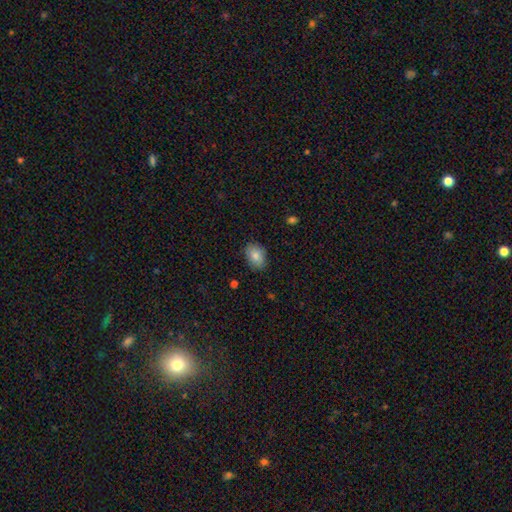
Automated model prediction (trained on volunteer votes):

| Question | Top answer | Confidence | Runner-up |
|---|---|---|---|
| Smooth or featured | smooth | 84% | featured or disk (9%) |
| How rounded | in between | 81% | round (18%) |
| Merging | none | 84% | minor disturbance (12%) |